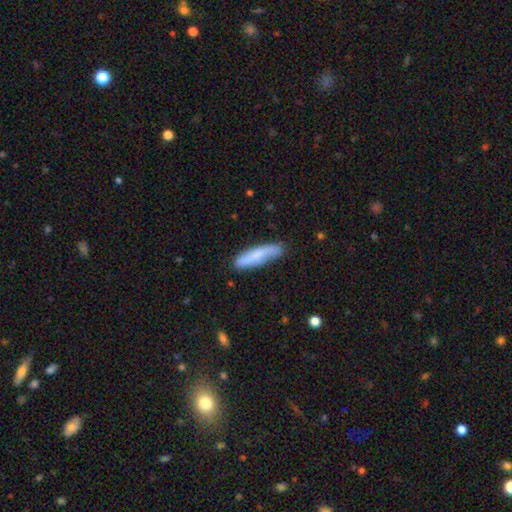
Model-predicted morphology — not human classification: A smooth galaxy with no disk features (64%) that is cigar-shaped (76%).

Vote fractions:
- Smooth or featured? smooth: 64% / featured or disk: 30% / star or artifact: 6%
- How rounded? cigar-shaped: 76% / in between: 22% / round: 2%
- Merging? none: 79% / minor disturbance: 16% / major disturbance: 3% / merger: 2%